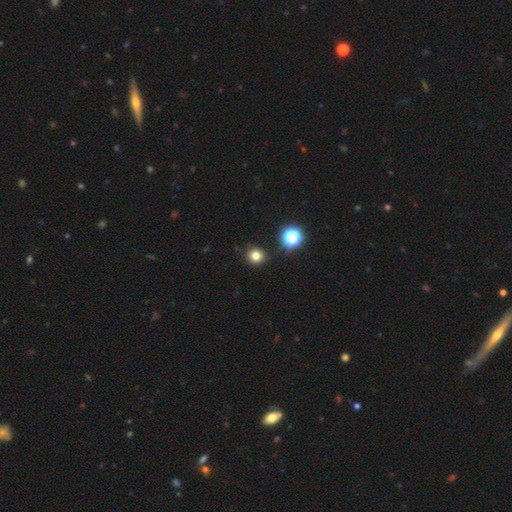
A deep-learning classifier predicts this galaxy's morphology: The model was most divided on "smooth or featured": smooth: 77%, star or artifact: 17%, featured or disk: 6%. More confident: merging — none (88%); how rounded — round (87%).